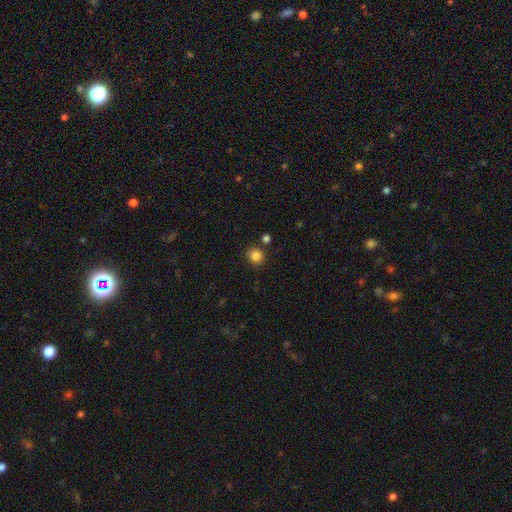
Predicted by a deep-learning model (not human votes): Q: Smooth or featured?
A: smooth (84%); runner-up: star or artifact (12%)
Q: How rounded?
A: round (90%); runner-up: in between (9%)
Q: Merging?
A: none (84%); runner-up: minor disturbance (8%)